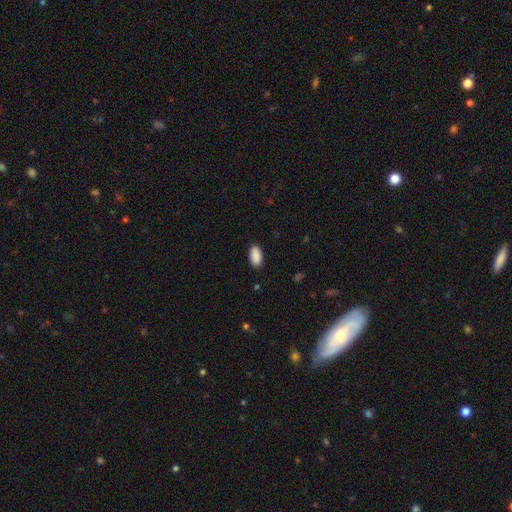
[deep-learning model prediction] Q: Smooth or featured?
A: smooth (91%); runner-up: star or artifact (6%)
Q: How rounded?
A: in between (95%); runner-up: round (3%)
Q: Merging?
A: none (88%); runner-up: minor disturbance (9%)